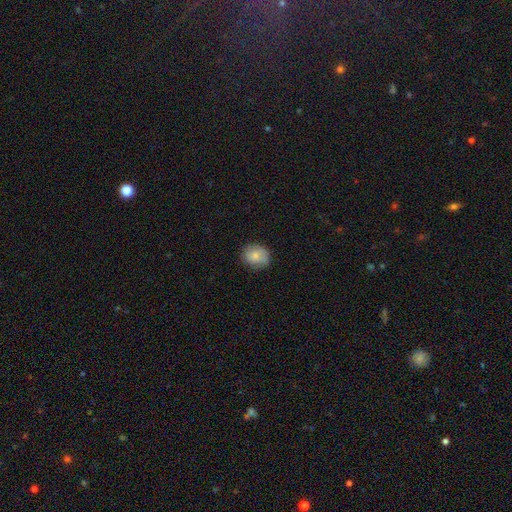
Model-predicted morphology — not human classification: smooth 78%, featured or disk 14%, star or artifact 7%. Down the decision tree: how rounded — round (67%); merging — none (79%).